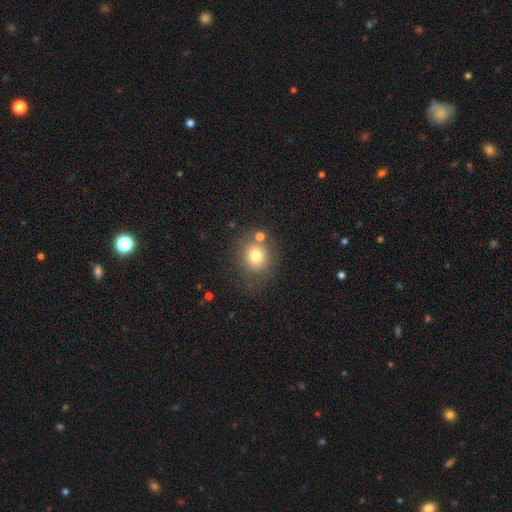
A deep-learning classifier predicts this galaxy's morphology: Overall: smooth (74%). How rounded: round (82%). Merging: none (68%).